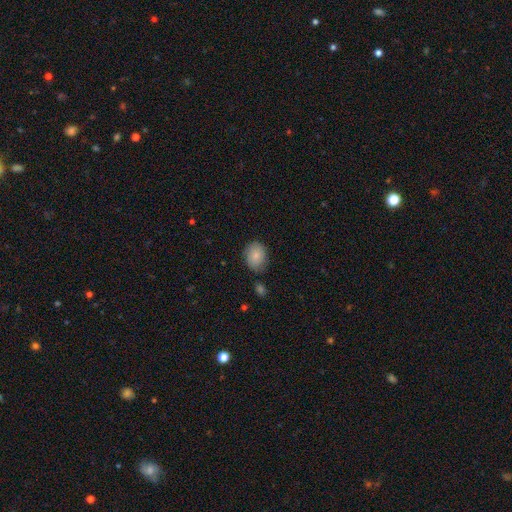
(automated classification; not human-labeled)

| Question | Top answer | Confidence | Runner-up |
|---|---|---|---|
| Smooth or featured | smooth | 81% | featured or disk (11%) |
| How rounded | in between | 59% | round (40%) |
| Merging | none | 75% | minor disturbance (18%) |